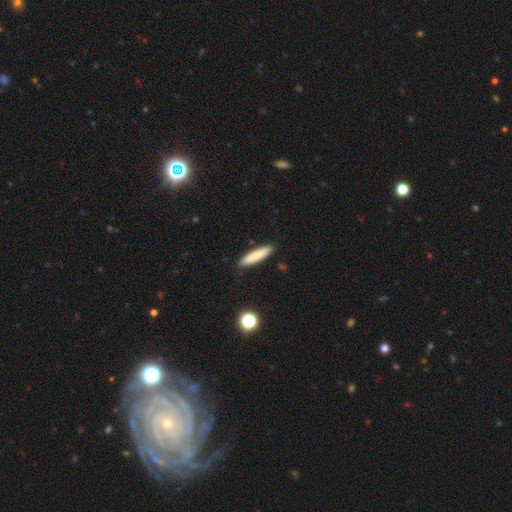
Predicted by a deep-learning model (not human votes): The model was most divided on "smooth or featured": smooth: 82%, featured or disk: 11%, star or artifact: 7%. More confident: merging — none (88%); how rounded — cigar-shaped (86%).